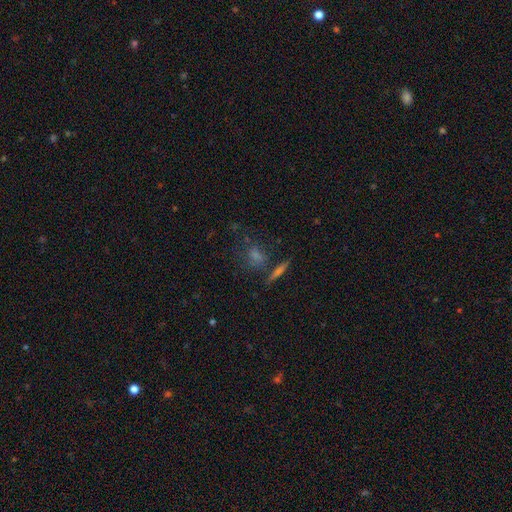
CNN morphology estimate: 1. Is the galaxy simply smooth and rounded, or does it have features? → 45% smooth, 28% featured or disk, 27% star or artifact.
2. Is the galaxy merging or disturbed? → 67% none, 13% merger, 13% minor disturbance, 7% major disturbance.